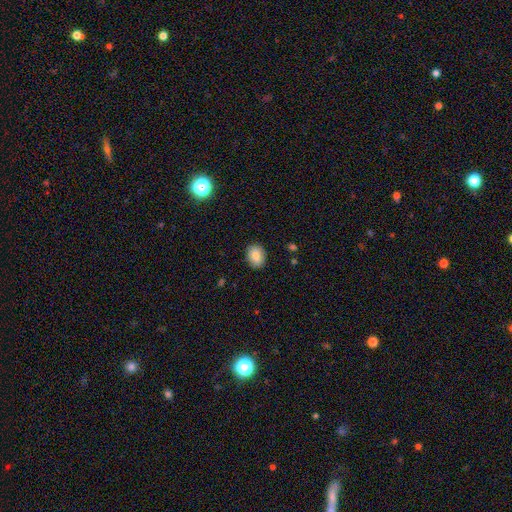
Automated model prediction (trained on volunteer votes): smooth 82%, featured or disk 9%, star or artifact 9%. Down the decision tree: how rounded — in between (66%); merging — none (87%).